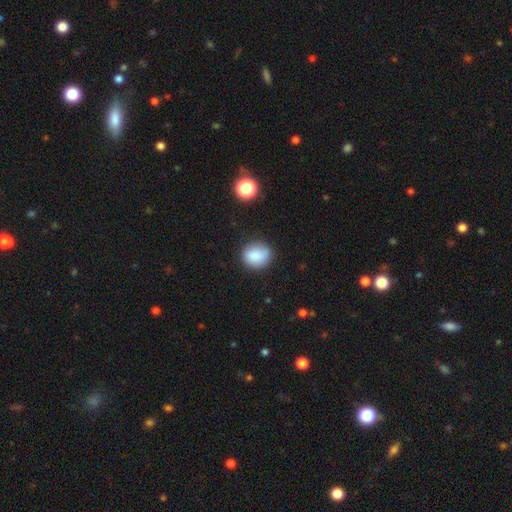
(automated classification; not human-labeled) Smooth or featured? smooth (84%)
How rounded? round (67%)
Merging? none (77%)